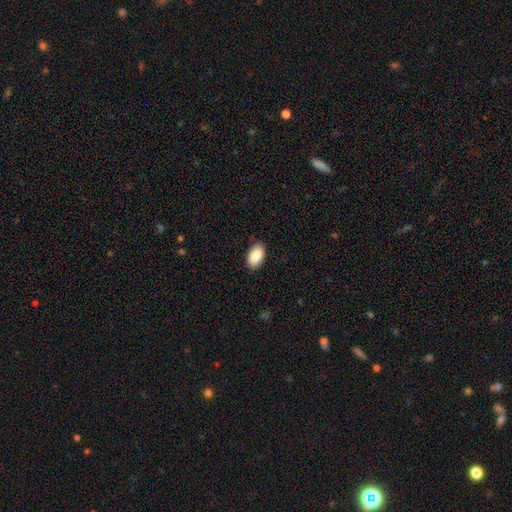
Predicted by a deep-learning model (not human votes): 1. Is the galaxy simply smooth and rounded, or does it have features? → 89% smooth, 6% star or artifact, 5% featured or disk.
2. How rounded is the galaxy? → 94% in between, 4% round, 1% cigar-shaped.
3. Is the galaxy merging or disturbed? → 88% none, 9% minor disturbance, 2% major disturbance, 1% merger.